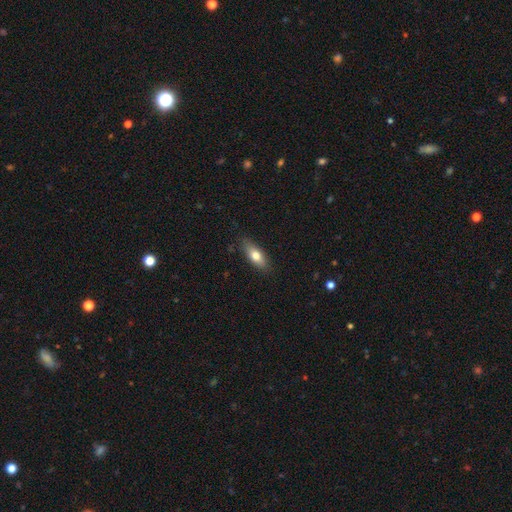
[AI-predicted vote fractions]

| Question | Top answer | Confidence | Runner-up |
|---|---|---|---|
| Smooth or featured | smooth | 71% | featured or disk (22%) |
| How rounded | in between | 72% | cigar-shaped (24%) |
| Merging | none | 84% | minor disturbance (13%) |